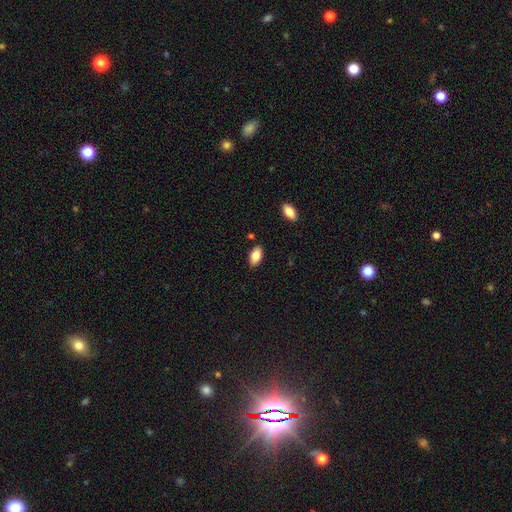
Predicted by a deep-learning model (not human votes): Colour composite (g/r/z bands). It shows a smooth galaxy with no disk features (83%) that is in between round and cigar-shaped (92%). Merging: none (85%).